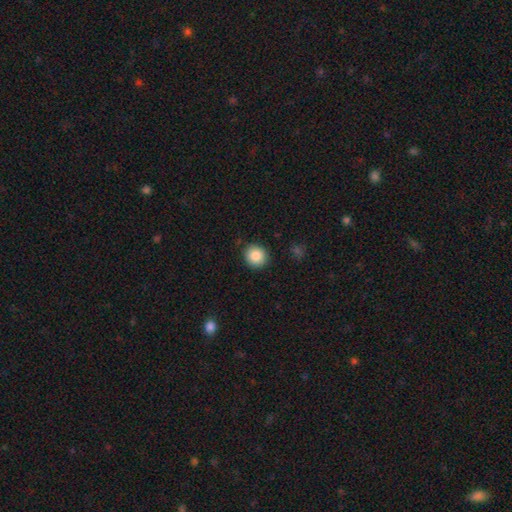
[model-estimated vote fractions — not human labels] This is clearly a smooth galaxy (87%). How rounded: clearly round (87%). Merging: clearly none (89%).